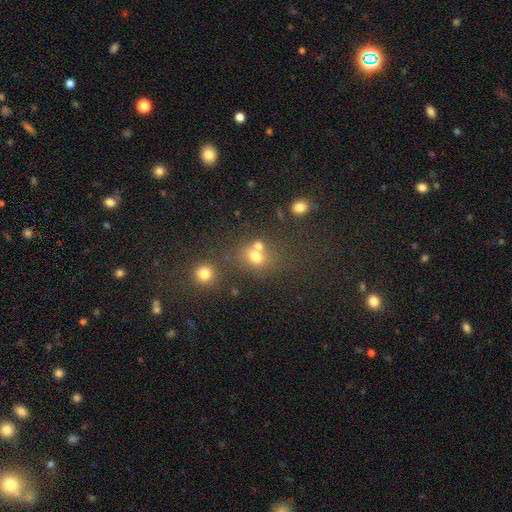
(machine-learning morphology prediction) A smooth galaxy with no disk features (69%) that is round (61%).

Vote fractions:
- Smooth or featured? smooth: 69% / star or artifact: 19% / featured or disk: 12%
- How rounded? round: 61% / in between: 38% / cigar-shaped: 1%
- Merging? none: 46% / merger: 36% / minor disturbance: 11% / major disturbance: 6%